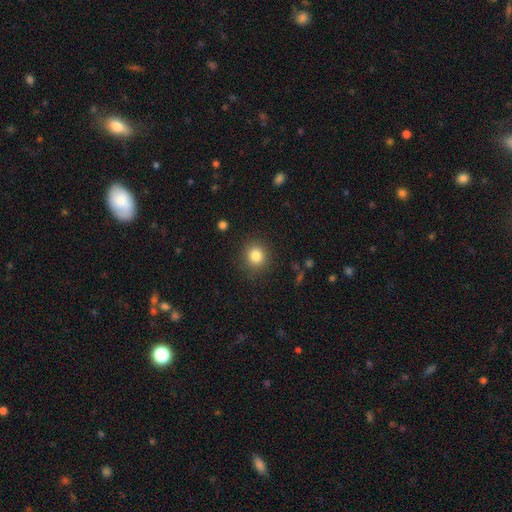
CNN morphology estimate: Smooth or featured? Predicted: smooth (p=0.83). How rounded? Predicted: round (p=0.88). Merging? Predicted: none (p=0.88).